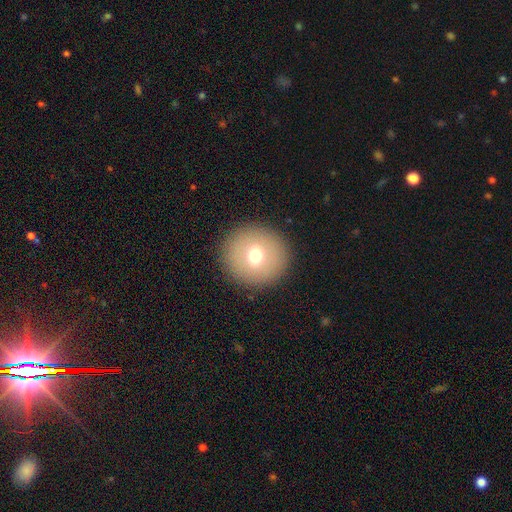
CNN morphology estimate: The model was most divided on "smooth or featured": smooth: 69%, featured or disk: 18%, star or artifact: 12%. More confident: how rounded — round (95%); merging — none (92%).